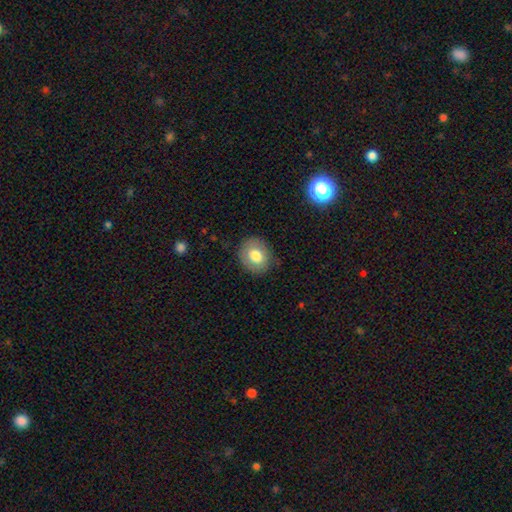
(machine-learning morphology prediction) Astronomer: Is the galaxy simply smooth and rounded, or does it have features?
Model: smooth — 76%.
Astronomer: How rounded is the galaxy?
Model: round — 64%.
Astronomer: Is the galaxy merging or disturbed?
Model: none — 83%.